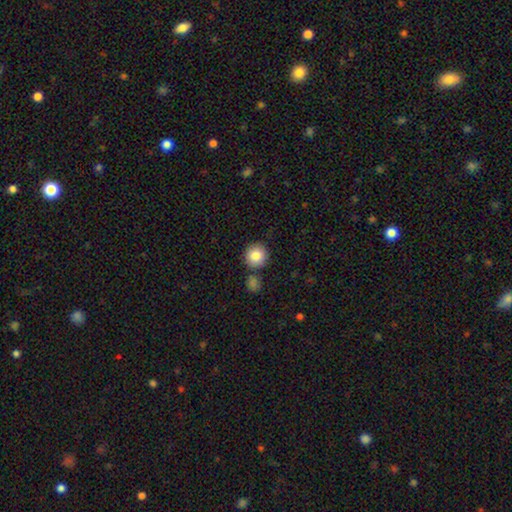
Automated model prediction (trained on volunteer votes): Smooth or featured: smooth — 85% (star or artifact — 9%)
How rounded: round — 93% (in between — 6%)
Merging: none — 82% (minor disturbance — 8%)